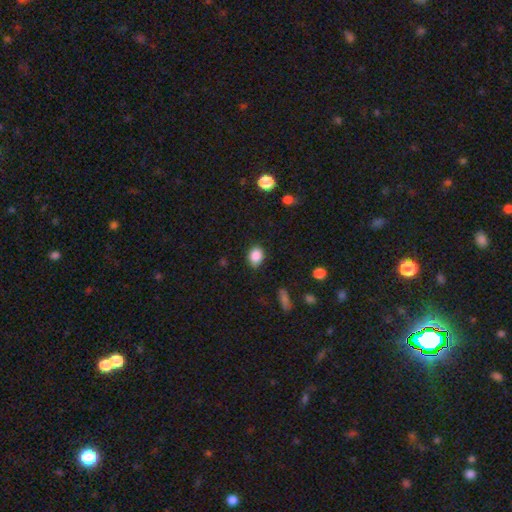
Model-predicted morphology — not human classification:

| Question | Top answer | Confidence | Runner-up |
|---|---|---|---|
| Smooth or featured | smooth | 87% | star or artifact (9%) |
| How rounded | in between | 63% | round (36%) |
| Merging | none | 83% | minor disturbance (13%) |